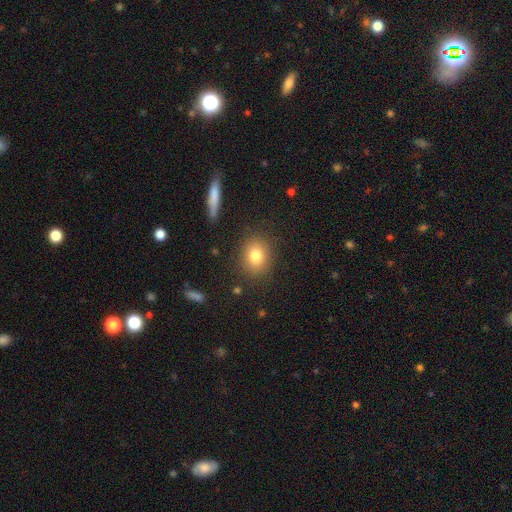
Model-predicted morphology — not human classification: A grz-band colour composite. It shows a smooth galaxy with no disk features (79%) that is round (57%). Merging: none (85%).